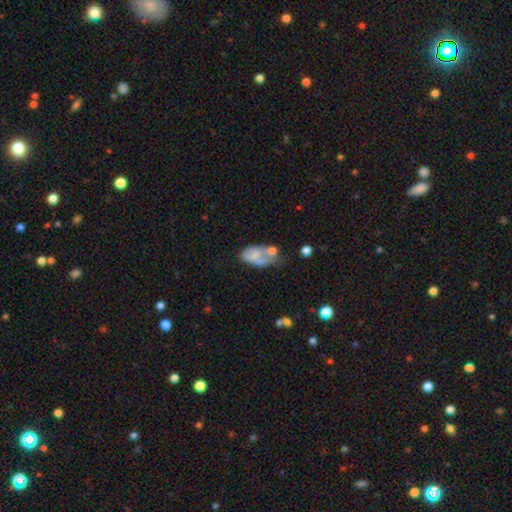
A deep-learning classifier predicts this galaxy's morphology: smooth 55%, featured or disk 36%, star or artifact 9%. Down the decision tree: how rounded — in between (91%); merging — none (27%).